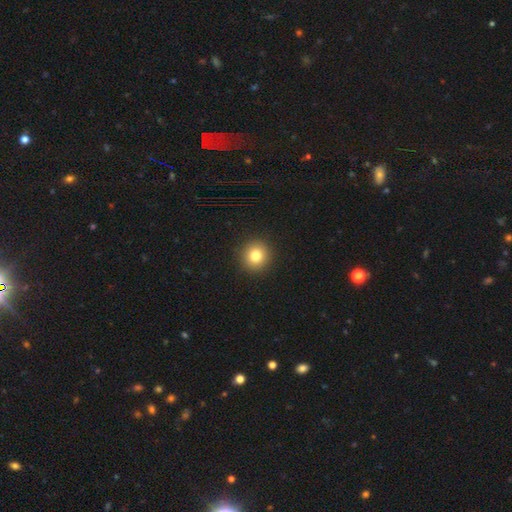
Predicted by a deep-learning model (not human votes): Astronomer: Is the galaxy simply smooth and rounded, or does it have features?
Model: smooth — 81%.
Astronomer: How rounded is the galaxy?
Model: round — 86%.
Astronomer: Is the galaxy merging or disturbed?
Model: none — 92%.